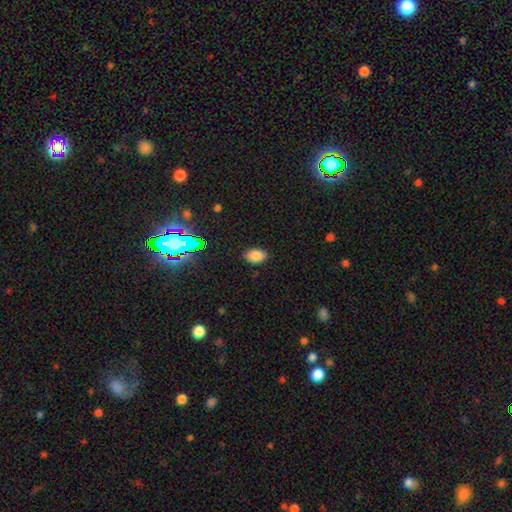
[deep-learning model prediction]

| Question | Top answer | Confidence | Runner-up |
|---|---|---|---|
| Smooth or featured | smooth | 82% | star or artifact (13%) |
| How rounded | in between | 89% | round (10%) |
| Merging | none | 87% | minor disturbance (9%) |